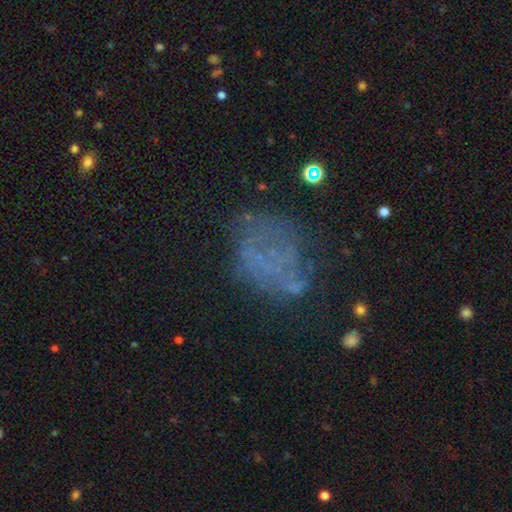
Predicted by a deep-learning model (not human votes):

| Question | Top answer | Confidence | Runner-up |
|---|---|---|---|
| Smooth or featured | featured or disk | 39% | smooth (35%) |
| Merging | none | 52% | major disturbance (23%) |